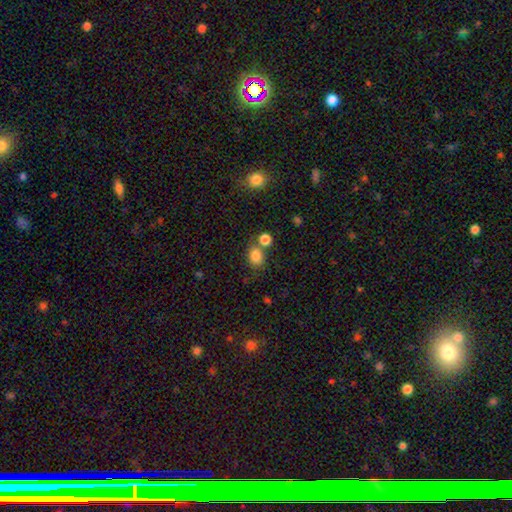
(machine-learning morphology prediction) A smooth galaxy with no disk features (83%) that is in between round and cigar-shaped (51%). Merging: none (62%).